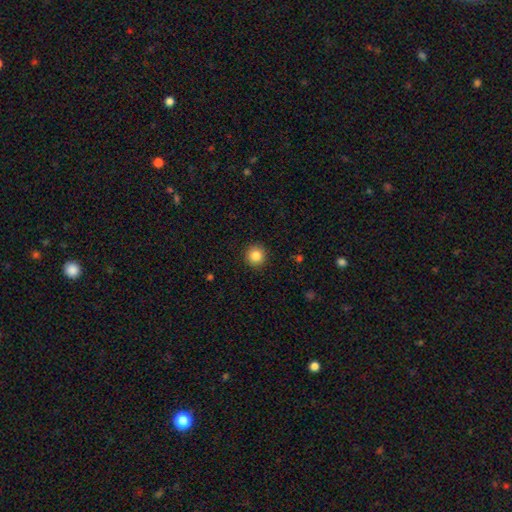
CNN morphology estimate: A smooth galaxy with no disk features (85%) that is round (94%).

Vote fractions:
- Smooth or featured? smooth: 85% / star or artifact: 10% / featured or disk: 5%
- How rounded? round: 94% / in between: 5% / cigar-shaped: 1%
- Merging? none: 92% / minor disturbance: 5% / major disturbance: 2% / merger: 1%